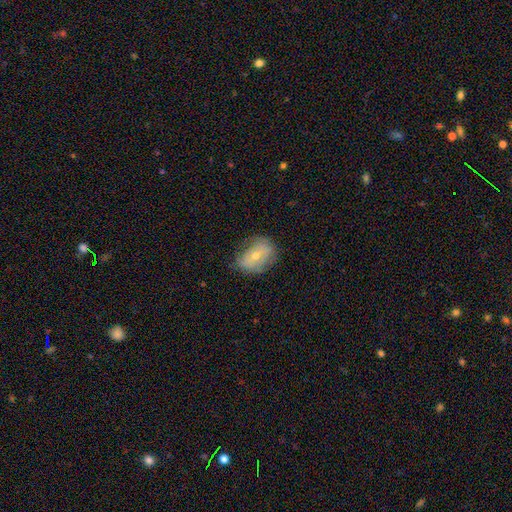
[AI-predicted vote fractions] A smooth galaxy with no disk features (47%). Merging: none (66%).